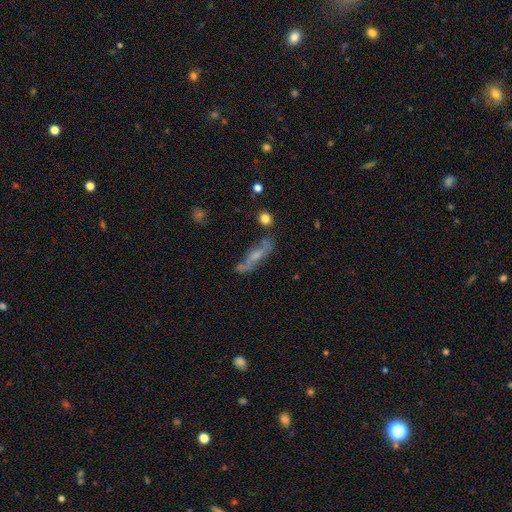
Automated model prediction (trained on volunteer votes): This is possibly a featured or disk galaxy (53%). It is possibly viewed edge-on (52%). Merging: likely none (63%).